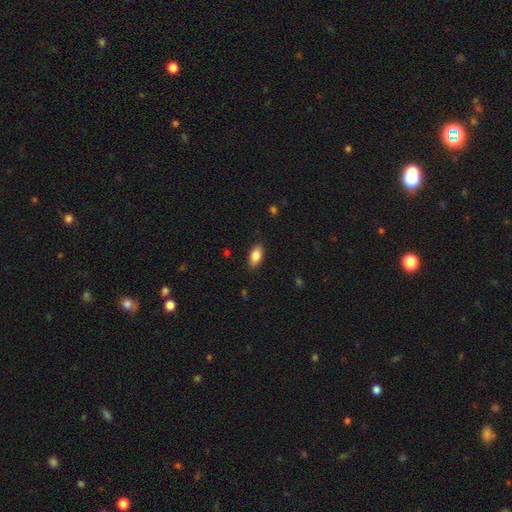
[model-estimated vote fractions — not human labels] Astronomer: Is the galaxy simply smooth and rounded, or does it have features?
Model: smooth — 85%.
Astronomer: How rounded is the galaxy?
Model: in between — 91%.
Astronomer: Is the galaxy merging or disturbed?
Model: none — 87%.